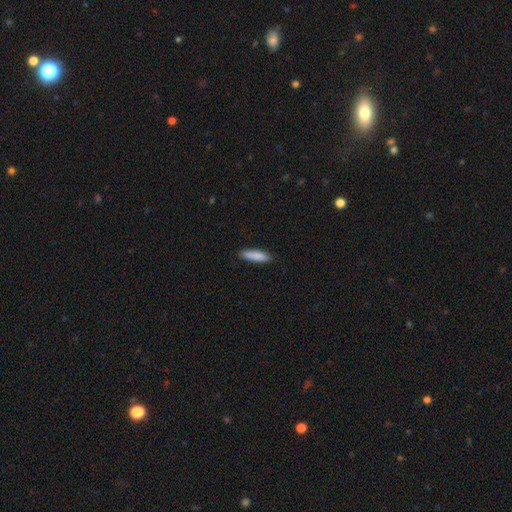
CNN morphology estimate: This is clearly a smooth galaxy (87%). How rounded: likely cigar-shaped (75%). Merging: clearly none (85%).